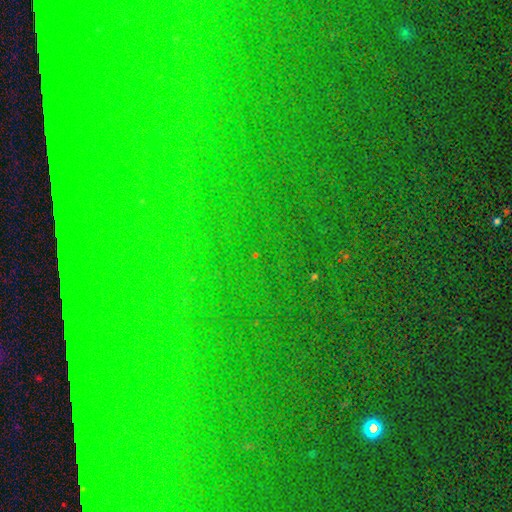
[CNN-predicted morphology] smooth_or_featured: star or artifact (p=0.81) [alt: smooth p=0.11]